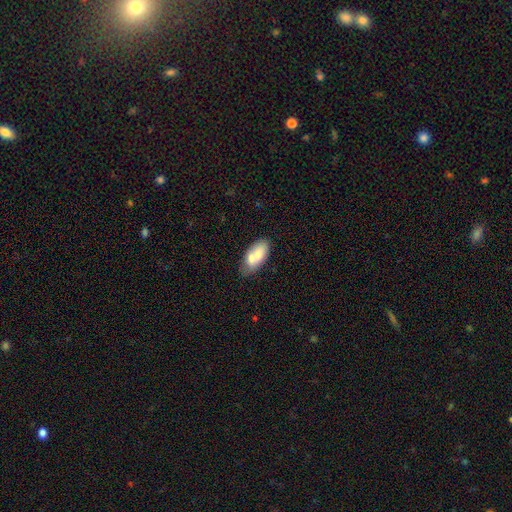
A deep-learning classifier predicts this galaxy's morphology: type=smooth (69%); roundness=in between (89%); merging=none (52%).